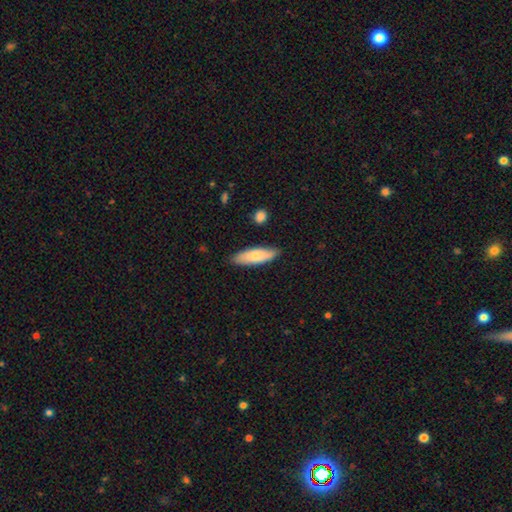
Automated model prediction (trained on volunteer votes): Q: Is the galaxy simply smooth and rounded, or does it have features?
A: smooth — 76%.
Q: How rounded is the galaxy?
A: in between — 54%.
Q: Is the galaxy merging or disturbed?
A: none — 83%.